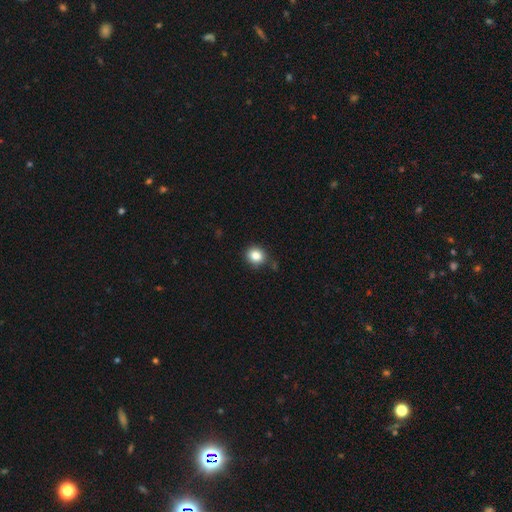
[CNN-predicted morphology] This appears to be a smooth galaxy with no disk features (85%) that is round (77%). Merging: none (83%).